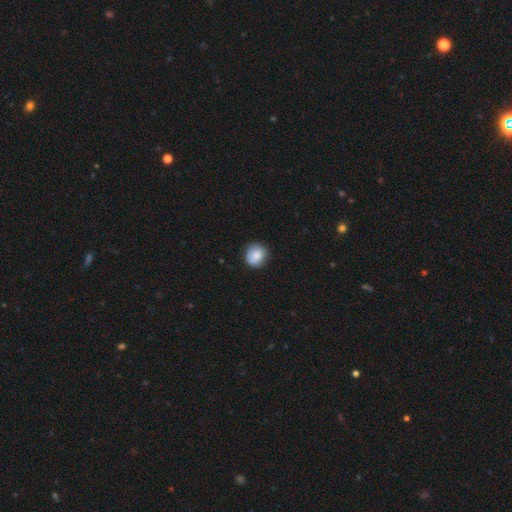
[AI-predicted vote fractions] A smooth galaxy with no disk features (82%) that is round (80%).

Vote fractions:
- Smooth or featured? smooth: 82% / featured or disk: 10% / star or artifact: 8%
- How rounded? round: 80% / in between: 19% / cigar-shaped: 1%
- Merging? none: 79% / minor disturbance: 17% / major disturbance: 3% / merger: 1%